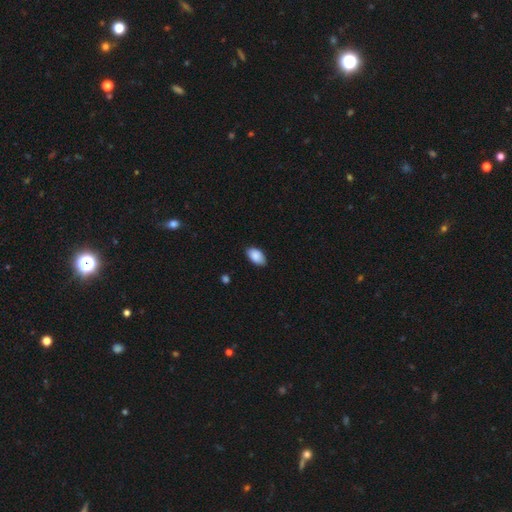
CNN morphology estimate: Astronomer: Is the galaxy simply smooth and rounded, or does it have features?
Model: smooth — 89%.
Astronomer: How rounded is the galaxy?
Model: in between — 94%.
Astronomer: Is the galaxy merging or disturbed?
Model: none — 85%.